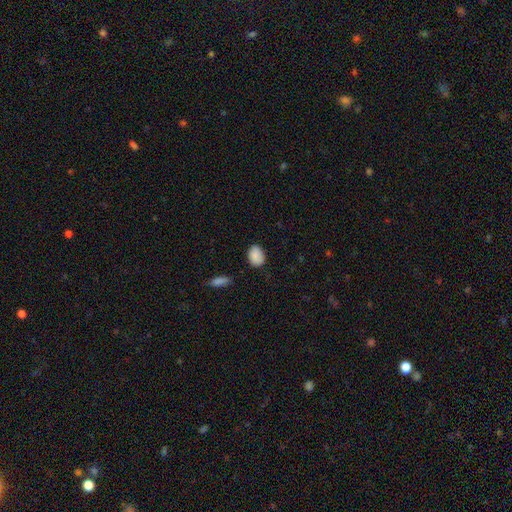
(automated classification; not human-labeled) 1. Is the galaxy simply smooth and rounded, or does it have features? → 89% smooth, 7% star or artifact, 4% featured or disk.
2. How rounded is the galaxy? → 78% in between, 20% round, 1% cigar-shaped.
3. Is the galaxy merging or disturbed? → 80% none, 15% minor disturbance, 3% major disturbance, 2% merger.